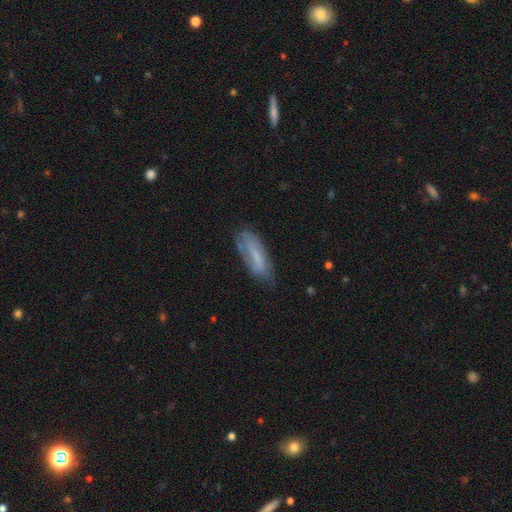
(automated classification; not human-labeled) smooth 52%, featured or disk 40%, star or artifact 8%. Down the decision tree: how rounded — in between (56%); merging — none (60%).